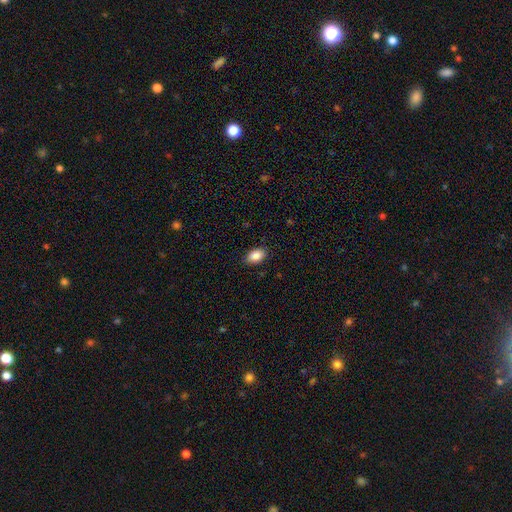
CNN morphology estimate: Q: Smooth or featured?
A: smooth (88%); runner-up: star or artifact (7%)
Q: How rounded?
A: in between (89%); runner-up: round (9%)
Q: Merging?
A: none (87%); runner-up: minor disturbance (10%)